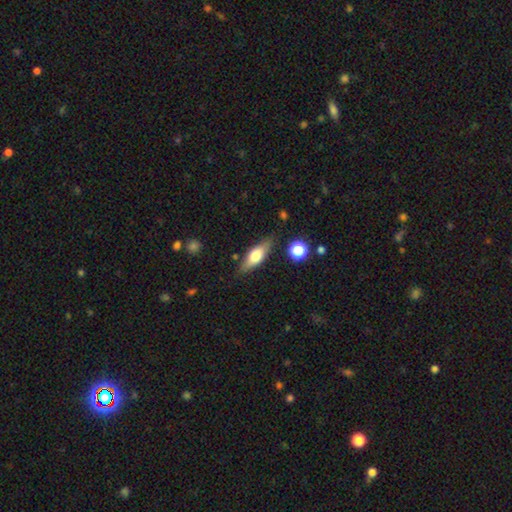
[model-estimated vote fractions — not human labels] Q: Smooth or featured?
A: smooth (58%); runner-up: featured or disk (35%)
Q: How rounded?
A: in between (63%); runner-up: cigar-shaped (33%)
Q: Merging?
A: none (80%); runner-up: minor disturbance (14%)